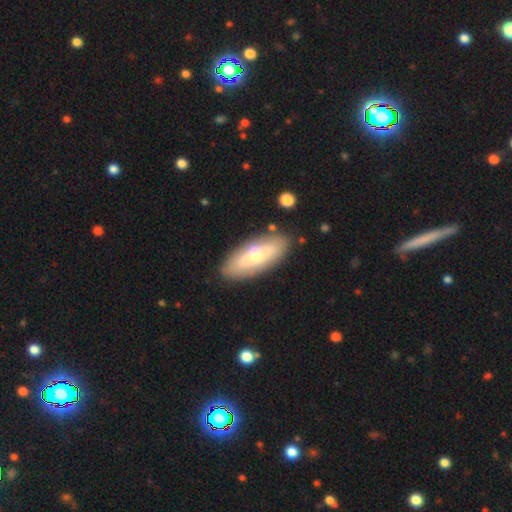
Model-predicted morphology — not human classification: Smooth or featured: smooth — 53% (featured or disk — 41%)
How rounded: in between — 76% (cigar-shaped — 22%)
Merging: none — 82% (minor disturbance — 12%)